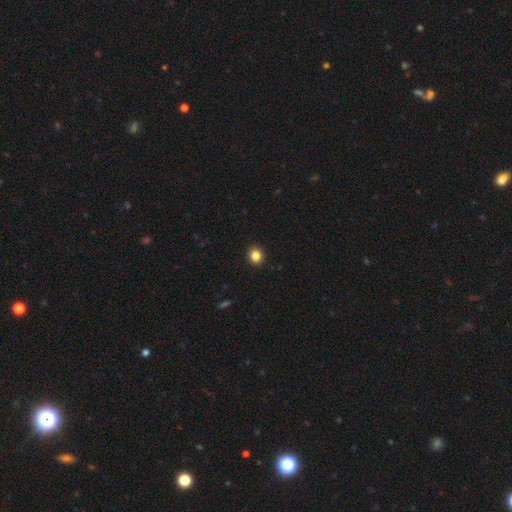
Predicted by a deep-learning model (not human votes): Smooth or featured: smooth — 85% (star or artifact — 11%)
How rounded: round — 83% (in between — 16%)
Merging: none — 93% (minor disturbance — 5%)